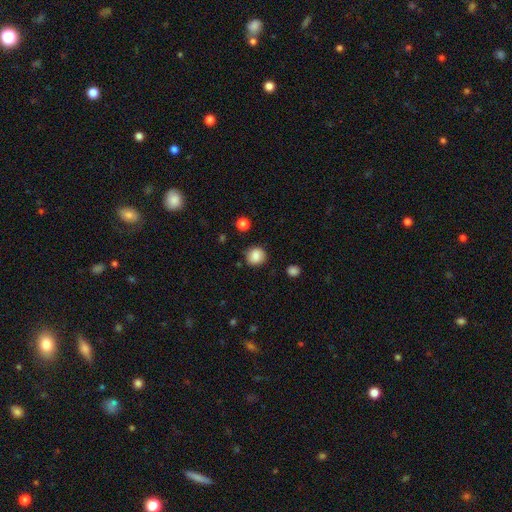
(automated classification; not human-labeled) smooth-or-featured: smooth: 84% | star or artifact: 9% | featured or disk: 7%
  how-rounded: round: 87% | in between: 12% | cigar-shaped: 1%
  merging: none: 82% | minor disturbance: 12% | major disturbance: 3% | merger: 2%